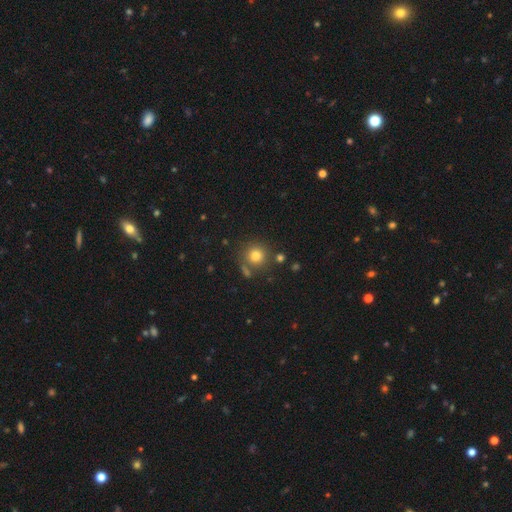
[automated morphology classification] type=smooth (79%); roundness=round (92%); merging=none (75%).